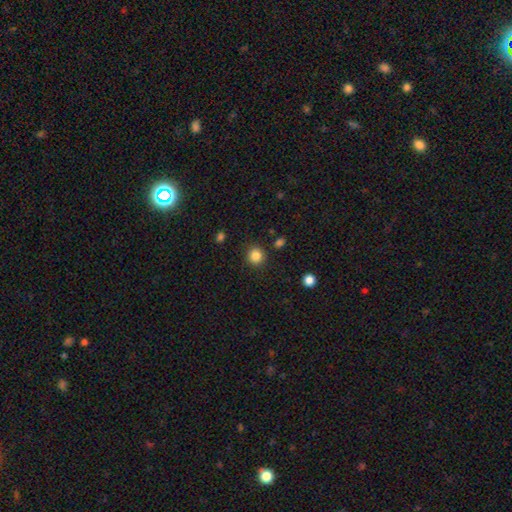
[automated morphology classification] smooth_or_featured: smooth (p=0.86) [alt: star or artifact p=0.11]
how_rounded: round (p=0.91) [alt: in between p=0.08]
merging: none (p=0.89) [alt: minor disturbance p=0.07]